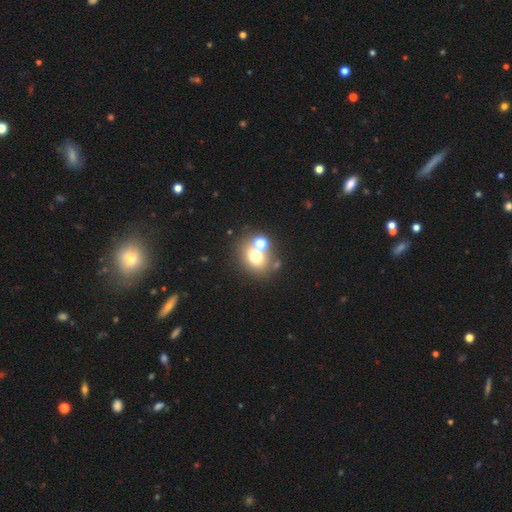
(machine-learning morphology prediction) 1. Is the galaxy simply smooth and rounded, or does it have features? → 65% smooth, 19% star or artifact, 16% featured or disk.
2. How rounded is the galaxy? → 66% round, 34% in between, 1% cigar-shaped.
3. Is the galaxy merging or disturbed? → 54% none, 32% merger, 9% minor disturbance, 5% major disturbance.